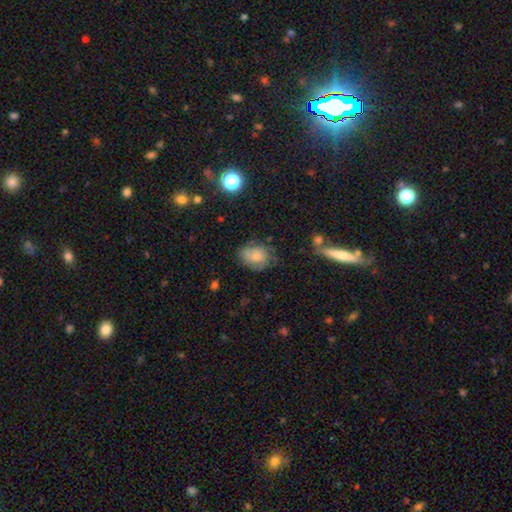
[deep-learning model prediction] This appears to be a smooth galaxy with no disk features (65%) that is in between round and cigar-shaped (55%). Merging: none (57%).